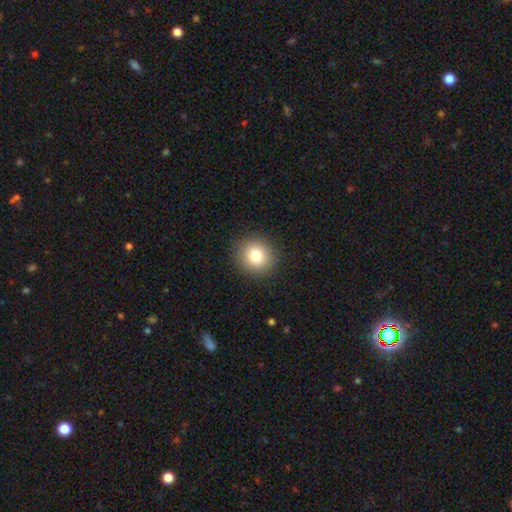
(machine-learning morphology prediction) This appears to be a smooth galaxy with no disk features (81%) that is round (85%). Merging: none (90%).